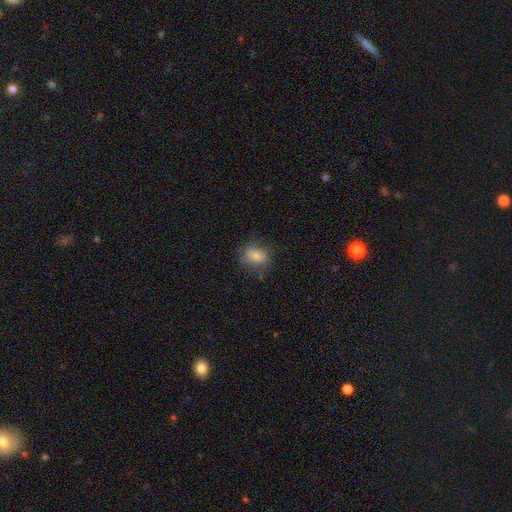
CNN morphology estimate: A smooth galaxy with no disk features (67%) that is in between round and cigar-shaped (60%). Merging: none (66%).